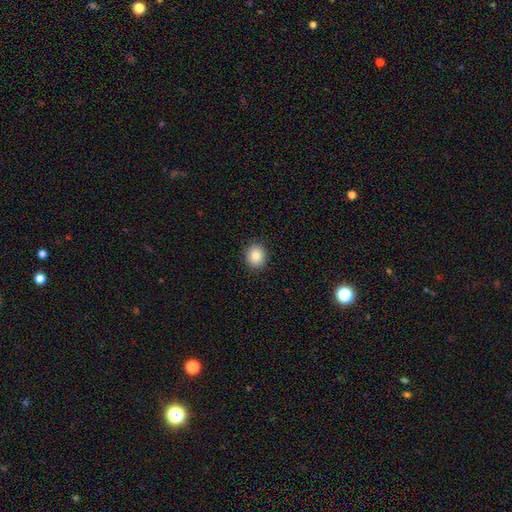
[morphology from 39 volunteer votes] A smooth galaxy with no disk features (85%) that is round (76%). Merging: none (80%).